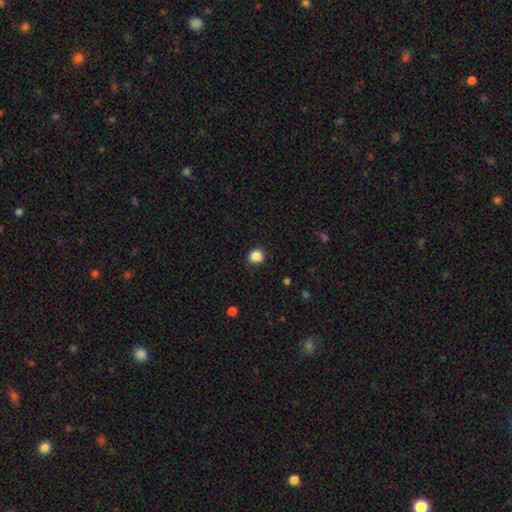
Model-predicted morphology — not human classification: Smooth or featured? smooth (86%)
How rounded? round (83%)
Merging? none (87%)